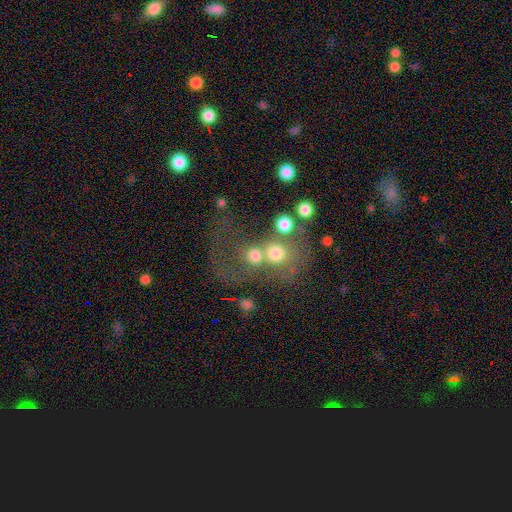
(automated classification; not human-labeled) Q: Smooth or featured?
A: smooth (53%); runner-up: featured or disk (28%)
Q: How rounded?
A: round (74%); runner-up: in between (25%)
Q: Merging?
A: merger (56%); runner-up: none (22%)